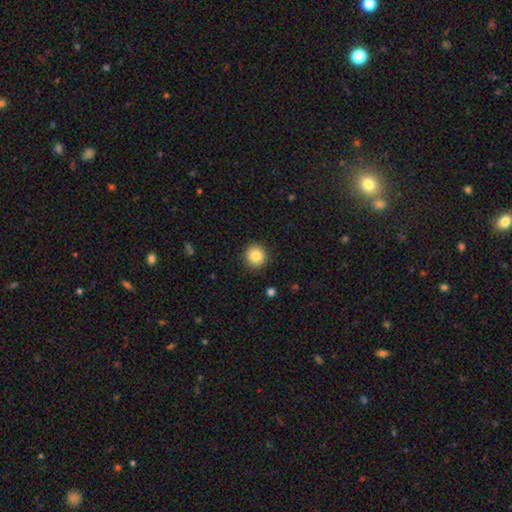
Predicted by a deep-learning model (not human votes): Smooth or featured? smooth (86%)
How rounded? round (93%)
Merging? none (91%)